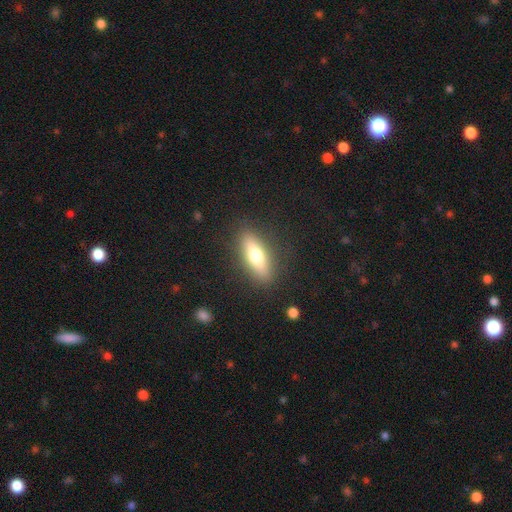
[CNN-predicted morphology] smooth_or_featured: smooth (p=0.65) [alt: featured or disk p=0.28]
how_rounded: in between (p=0.57) [alt: cigar-shaped p=0.40]
merging: none (p=0.87) [alt: minor disturbance p=0.09]